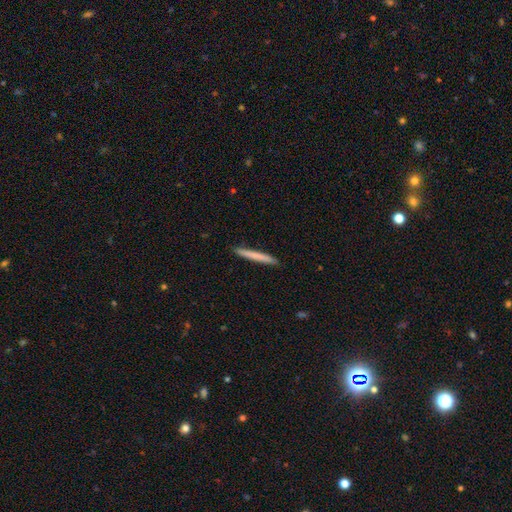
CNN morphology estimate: Smooth or featured?
  - smooth: 73% *
  - featured or disk: 22%
  - star or artifact: 5%
How rounded?
  - cigar-shaped: 97% *
  - in between: 2%
  - round: 1%
Merging?
  - none: 92% *
  - minor disturbance: 6%
  - major disturbance: 1%
  - merger: 1%